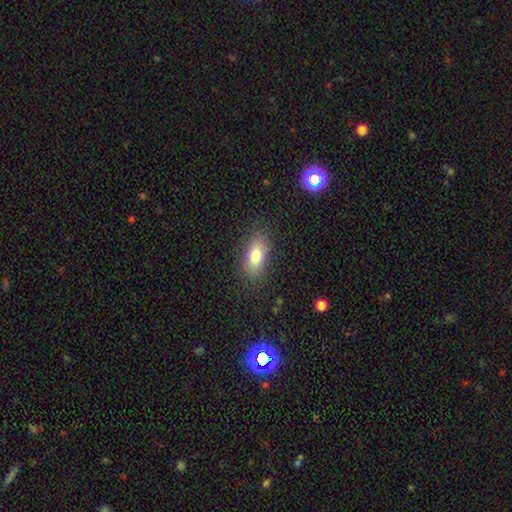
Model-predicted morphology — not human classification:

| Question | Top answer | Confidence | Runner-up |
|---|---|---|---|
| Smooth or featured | smooth | 81% | featured or disk (11%) |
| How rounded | in between | 87% | cigar-shaped (8%) |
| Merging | none | 82% | minor disturbance (13%) |